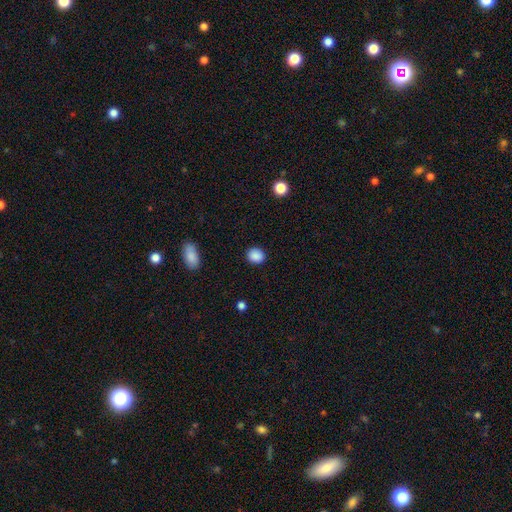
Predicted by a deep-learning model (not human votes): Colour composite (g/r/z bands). It shows a smooth galaxy with no disk features (88%) that is round (72%). Merging: none (90%).